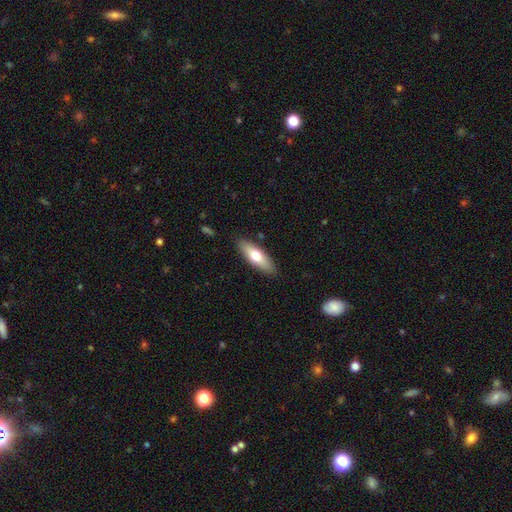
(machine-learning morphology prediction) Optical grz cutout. It shows a smooth galaxy with no disk features (65%) that is in between round and cigar-shaped (58%). Merging: none (87%).